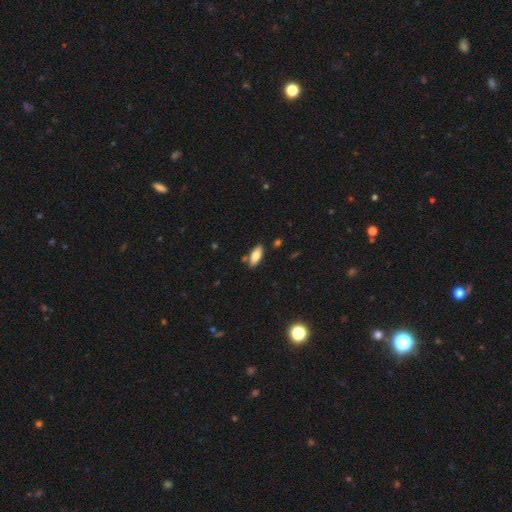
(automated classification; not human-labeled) The model was most divided on "how rounded": in between: 83%, cigar-shaped: 15%, round: 2%. More confident: smooth or featured — smooth (81%); merging — none (81%).